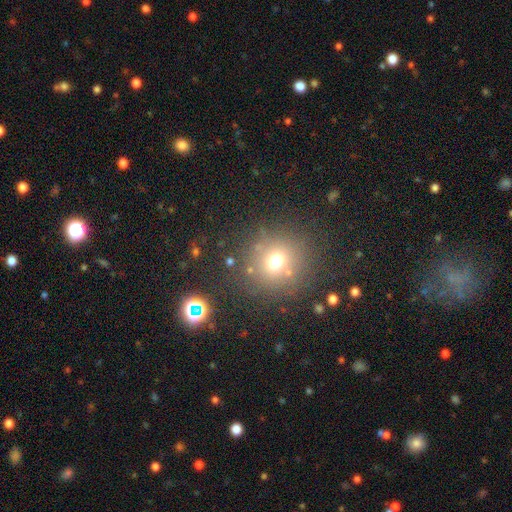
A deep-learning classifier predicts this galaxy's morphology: This is possibly a smooth galaxy (52%). How rounded: clearly round (90%). Merging: clearly none (85%).